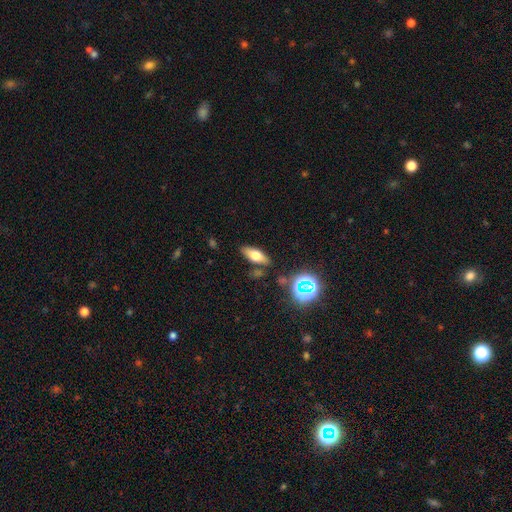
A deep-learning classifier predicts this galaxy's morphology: This appears to be a smooth galaxy with no disk features (63%) that is in between round and cigar-shaped (72%). Merging: none (81%).